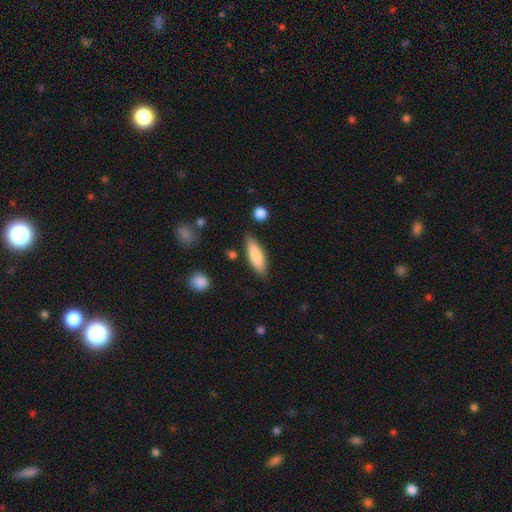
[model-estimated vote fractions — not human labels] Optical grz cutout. It shows a smooth galaxy with no disk features (74%) that is cigar-shaped (53%). Merging: none (82%).